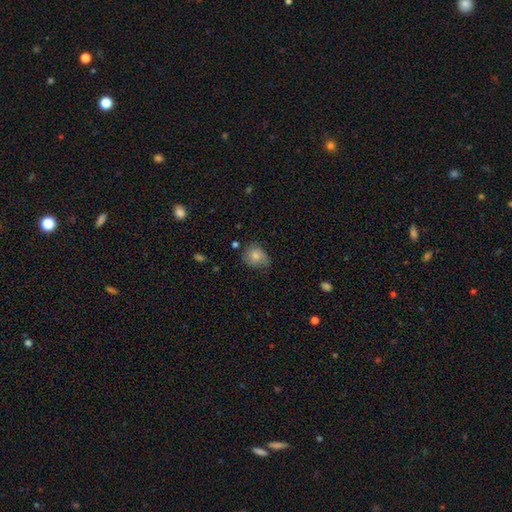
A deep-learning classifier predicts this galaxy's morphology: Smooth or featured? smooth (73%)
How rounded? round (58%)
Merging? none (54%)